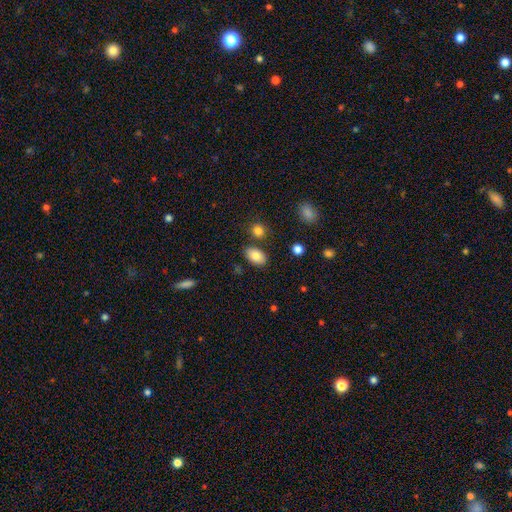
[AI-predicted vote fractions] Q: Smooth or featured?
A: smooth (85%); runner-up: star or artifact (9%)
Q: How rounded?
A: in between (88%); runner-up: round (10%)
Q: Merging?
A: none (80%); runner-up: minor disturbance (11%)